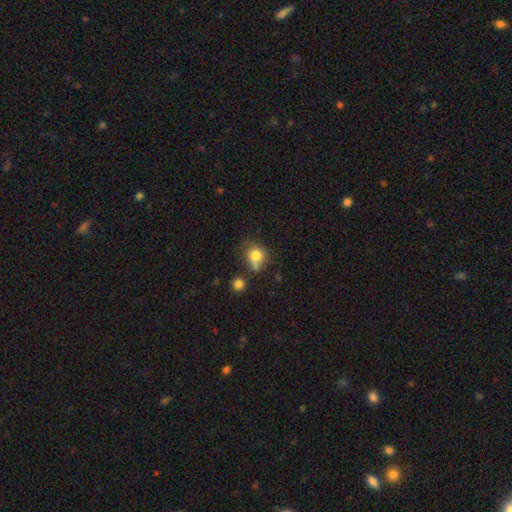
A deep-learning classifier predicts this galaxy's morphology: This appears to be a smooth galaxy with no disk features (79%) that is round (72%). Merging: none (47%).